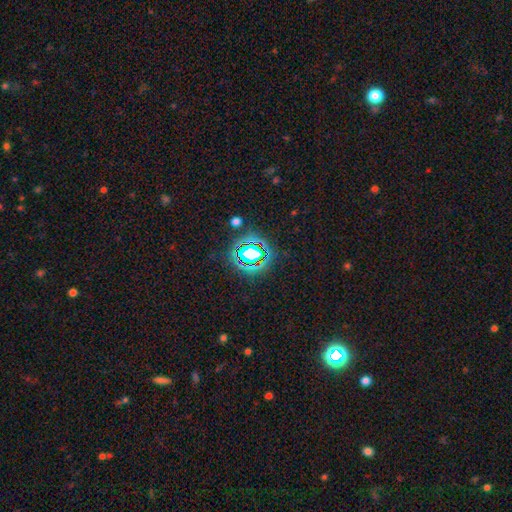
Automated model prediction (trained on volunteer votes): Smooth or featured: star or artifact — 81% (smooth — 12%)